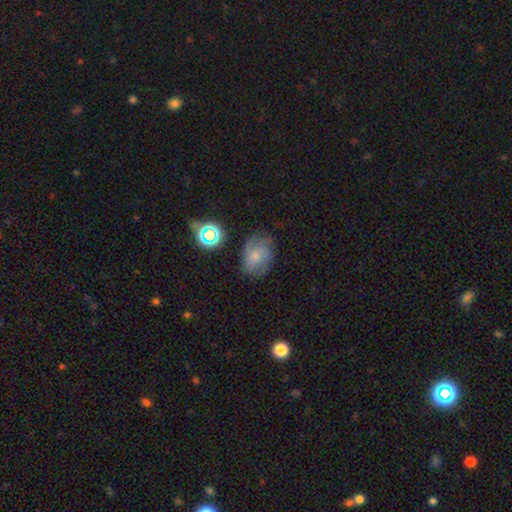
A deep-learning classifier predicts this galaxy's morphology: smooth 50%, featured or disk 36%, star or artifact 15%. Down the decision tree: merging — none (60%).